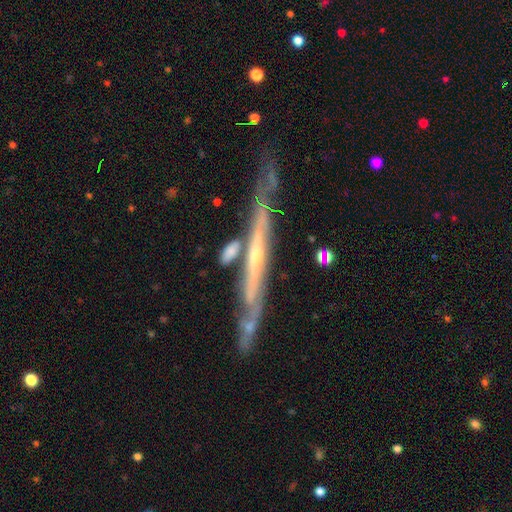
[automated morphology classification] Smooth or featured? featured or disk (80%)
Edge-on disk? yes (89%)
Edge-on bulge? none (61%)
Merging? none (72%)